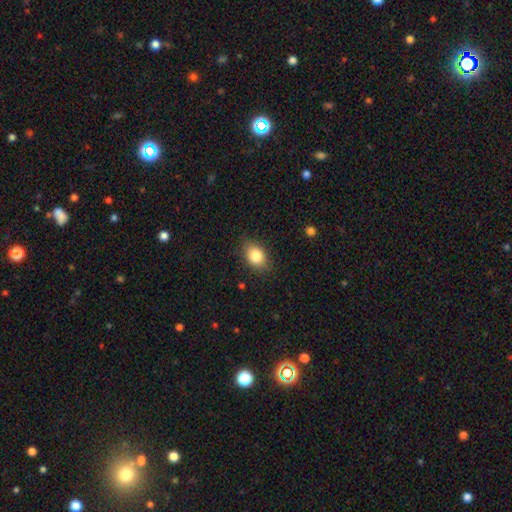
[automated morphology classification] smooth 83%, featured or disk 8%, star or artifact 8%. Down the decision tree: how rounded — in between (78%); merging — none (84%).